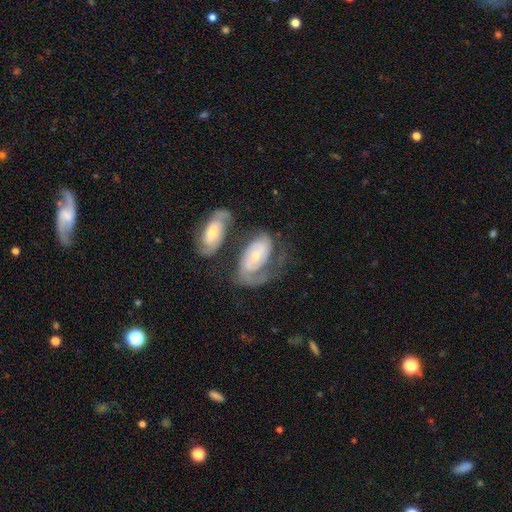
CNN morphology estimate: Smooth or featured: featured or disk — 76% (smooth — 18%)
Edge-on disk: no — 95% (yes — 5%)
Bar: no — 70% (weak — 24%)
Spiral arms: yes — 87% (no — 13%)
Spiral winding: tight — 51% (medium — 33%)
Spiral arm count: 2 — 42% (1 — 28%)
Bulge size: small — 54% (moderate — 41%)
Merging: merger — 32% (none — 28%)